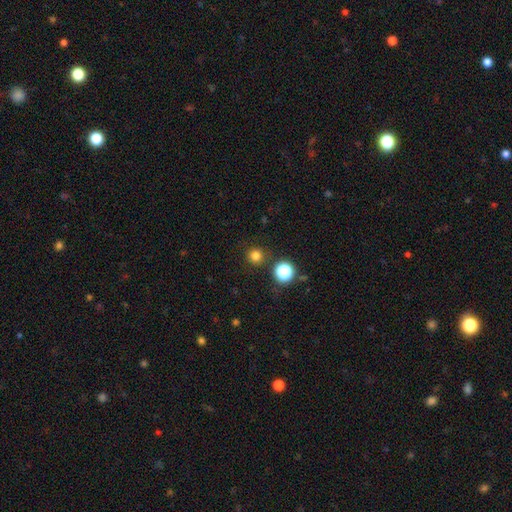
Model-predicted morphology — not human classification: Smooth or featured?
  - smooth: 78% *
  - star or artifact: 17%
  - featured or disk: 4%
How rounded?
  - round: 95% *
  - in between: 4%
  - cigar-shaped: 1%
Merging?
  - none: 89% *
  - minor disturbance: 6%
  - merger: 3%
  - major disturbance: 2%